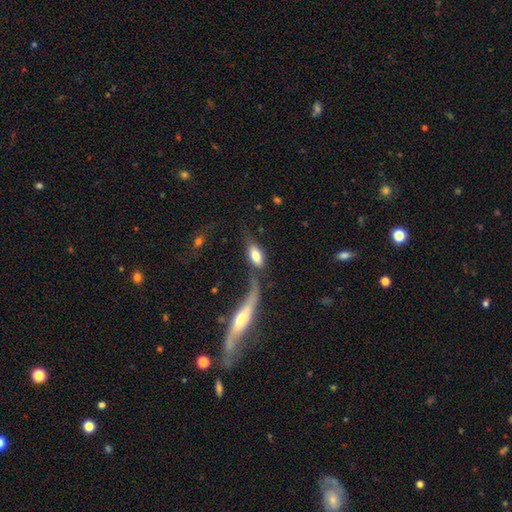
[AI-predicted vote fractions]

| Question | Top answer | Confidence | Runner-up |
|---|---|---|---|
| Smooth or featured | smooth | 72% | featured or disk (22%) |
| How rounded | in between | 85% | cigar-shaped (11%) |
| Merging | none | 35% | merger (32%) |